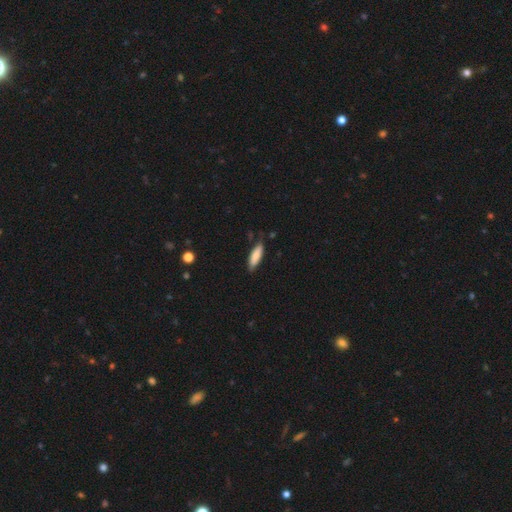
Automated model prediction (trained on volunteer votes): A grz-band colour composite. It shows a smooth galaxy with no disk features (80%) that is in between round and cigar-shaped (50%). Merging: none (73%).